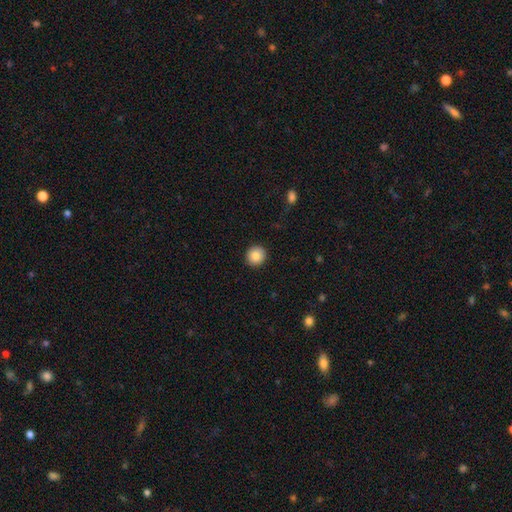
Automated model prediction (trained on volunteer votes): Morphology: type=smooth (86%); roundness=round (93%); merging=none (93%).